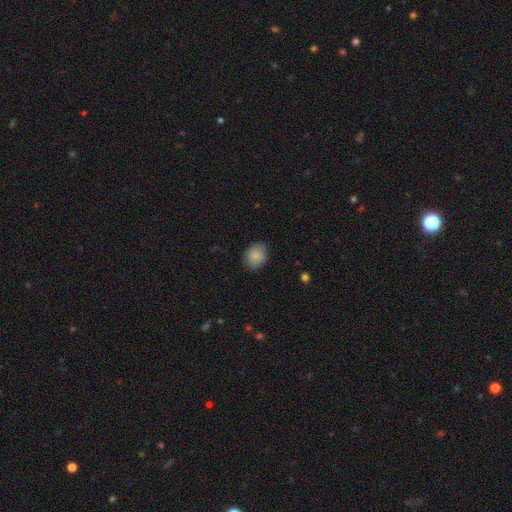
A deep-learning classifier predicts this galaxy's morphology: A smooth galaxy with no disk features (88%) that is round (51%). Merging: none (83%).